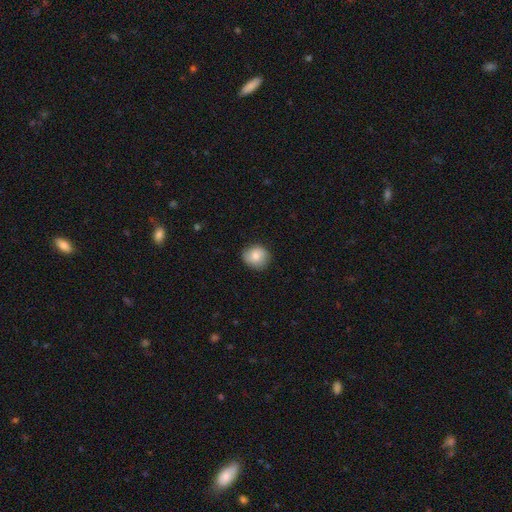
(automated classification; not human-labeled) smooth 82%, featured or disk 10%, star or artifact 8%. Down the decision tree: how rounded — round (83%); merging — none (84%).